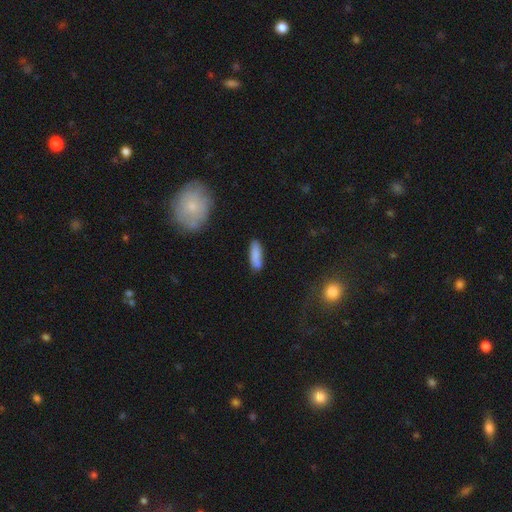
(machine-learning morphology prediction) Smooth or featured?
  - smooth: 82% *
  - featured or disk: 11%
  - star or artifact: 7%
How rounded?
  - cigar-shaped: 51% *
  - in between: 47%
  - round: 2%
Merging?
  - none: 76% *
  - minor disturbance: 16%
  - merger: 4%
  - major disturbance: 3%